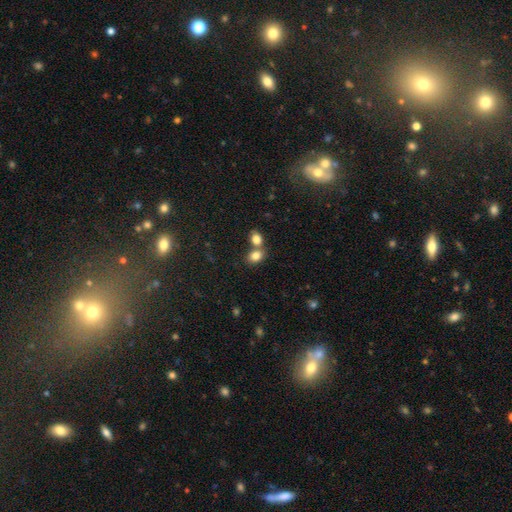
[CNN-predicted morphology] Smooth or featured: smooth — 82% (star or artifact — 11%)
How rounded: in between — 60% (round — 38%)
Merging: merger — 44% (tied with none — 44%)